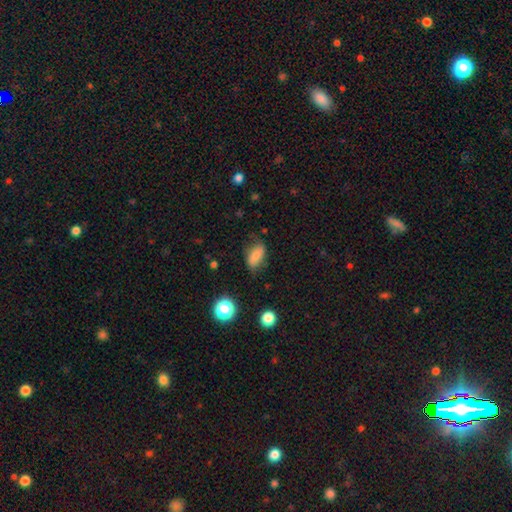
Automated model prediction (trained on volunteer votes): Q: Smooth or featured?
A: smooth (81%); runner-up: star or artifact (10%)
Q: How rounded?
A: in between (85%); runner-up: cigar-shaped (8%)
Q: Merging?
A: none (69%); runner-up: minor disturbance (23%)